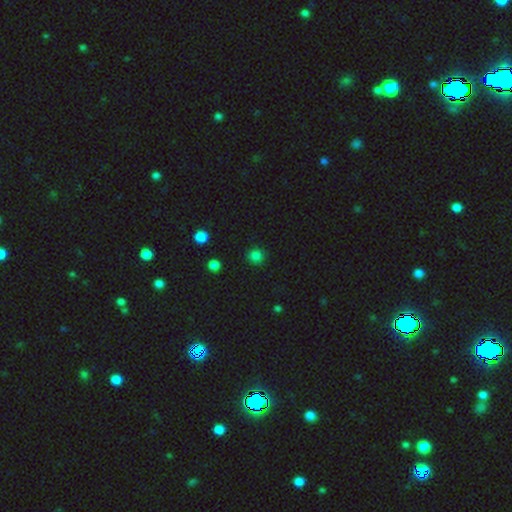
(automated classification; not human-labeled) smooth 82%, star or artifact 14%, featured or disk 4%. Down the decision tree: how rounded — round (91%); merging — none (90%).